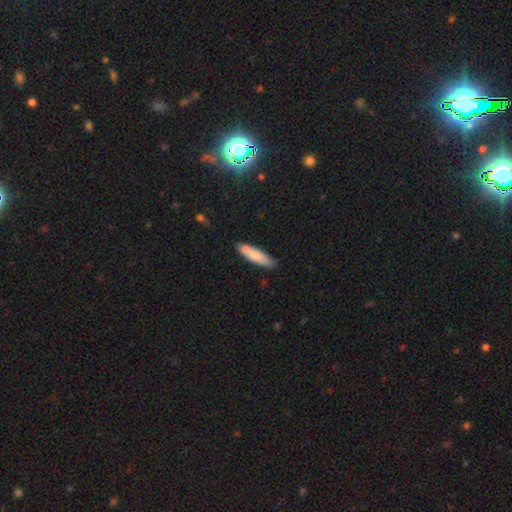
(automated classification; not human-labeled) Smooth or featured? smooth (80%)
How rounded? cigar-shaped (74%)
Merging? none (73%)